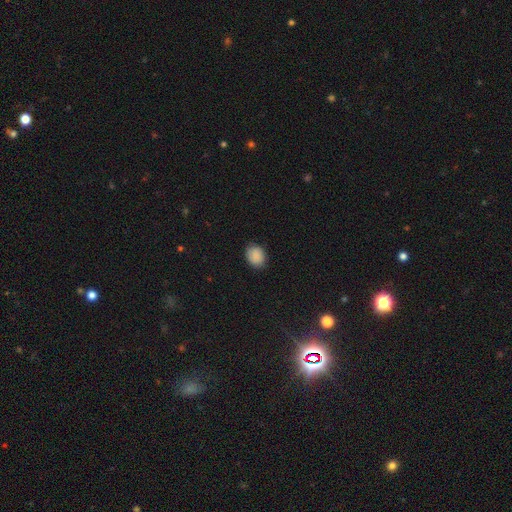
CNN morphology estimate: smooth-or-featured: smooth: 89% | star or artifact: 8% | featured or disk: 3%
  how-rounded: in between: 54% | round: 45% | cigar-shaped: 1%
  merging: none: 85% | minor disturbance: 12% | major disturbance: 2% | merger: 1%